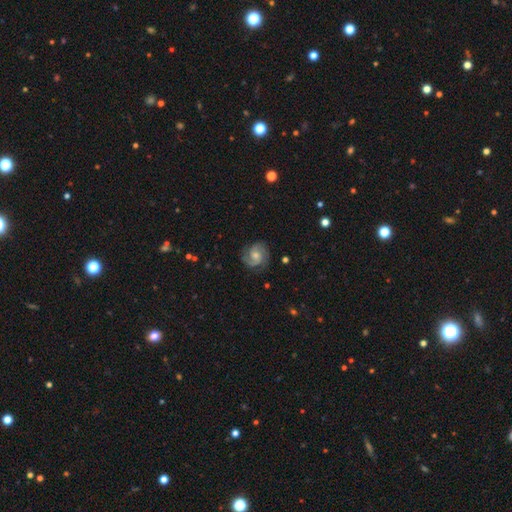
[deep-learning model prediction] This is clearly a featured or disk galaxy (85%). It is clearly not viewed edge-on (98%). Bar: possibly no (57%). Spiral arm pattern: clearly yes (98%). Spiral arm count: clearly 2 (83%). Spiral winding: possibly medium (47%). Central bulge: possibly moderate (53%). Merging: clearly none (82%).